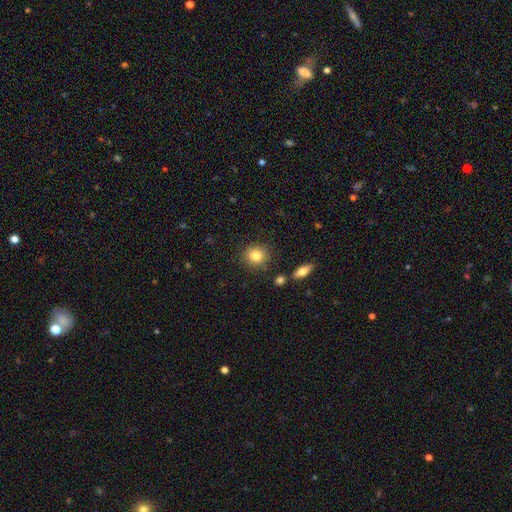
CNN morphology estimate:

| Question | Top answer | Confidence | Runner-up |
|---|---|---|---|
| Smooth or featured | smooth | 83% | star or artifact (9%) |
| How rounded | round | 83% | in between (15%) |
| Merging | none | 87% | minor disturbance (8%) |